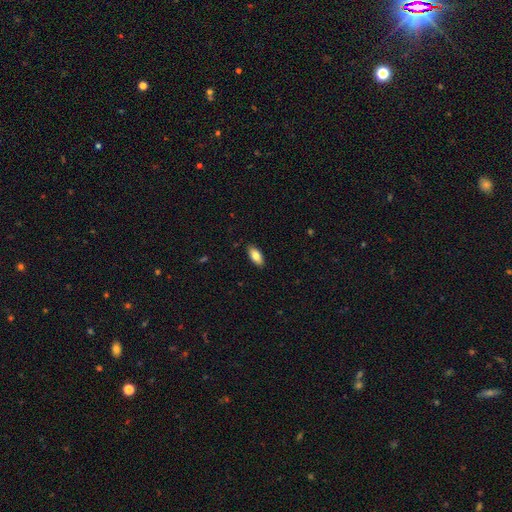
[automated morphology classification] Smooth or featured? smooth (81%)
How rounded? in between (90%)
Merging? none (89%)